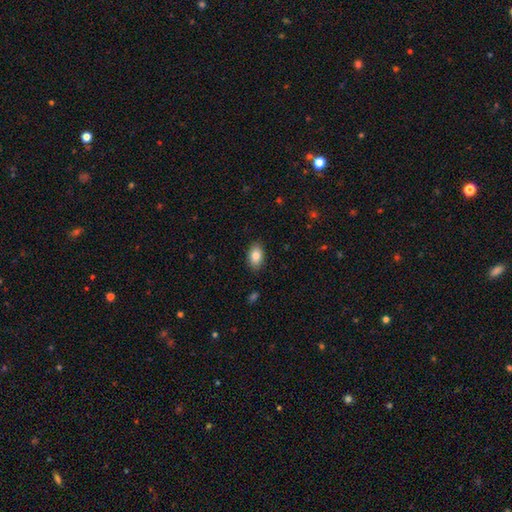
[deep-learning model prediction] smooth-or-featured: smooth: 84% | featured or disk: 9% | star or artifact: 7%
  how-rounded: in between: 91% | round: 7% | cigar-shaped: 2%
  merging: none: 88% | minor disturbance: 9% | major disturbance: 2% | merger: 1%